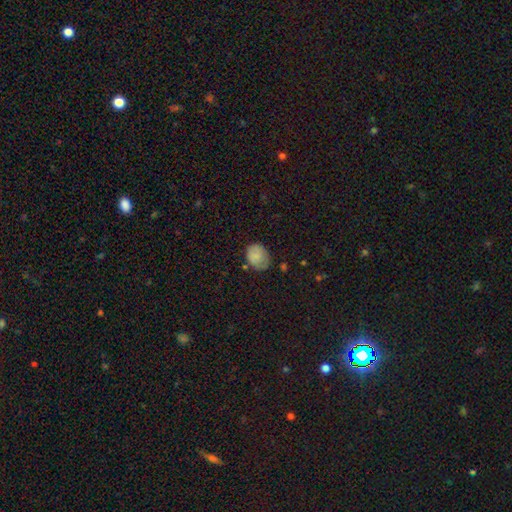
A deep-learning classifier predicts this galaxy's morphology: A smooth galaxy with no disk features (80%) that is in between round and cigar-shaped (58%). Merging: none (62%).